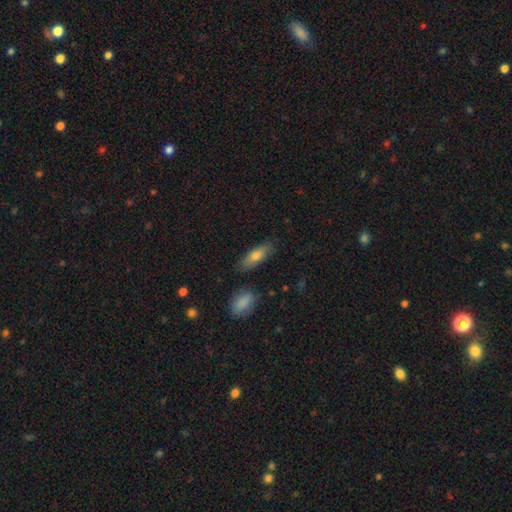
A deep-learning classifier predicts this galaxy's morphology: smooth 74%, featured or disk 19%, star or artifact 7%. Down the decision tree: how rounded — in between (64%); merging — none (83%).